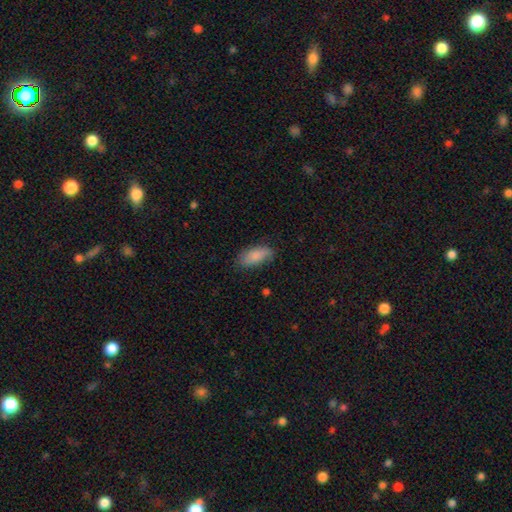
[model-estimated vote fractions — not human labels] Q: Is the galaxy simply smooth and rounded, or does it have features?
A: smooth — 85%.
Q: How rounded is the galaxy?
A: in between — 86%.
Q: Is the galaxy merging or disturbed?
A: none — 76%.